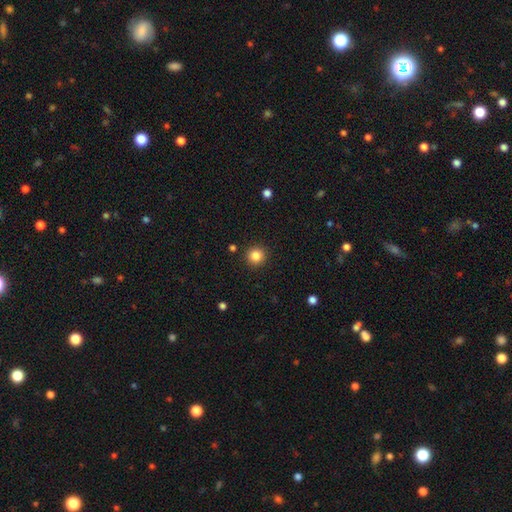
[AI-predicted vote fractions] smooth_or_featured: smooth (p=0.84) [alt: star or artifact p=0.11]
how_rounded: round (p=0.94) [alt: in between p=0.05]
merging: none (p=0.91) [alt: minor disturbance p=0.05]